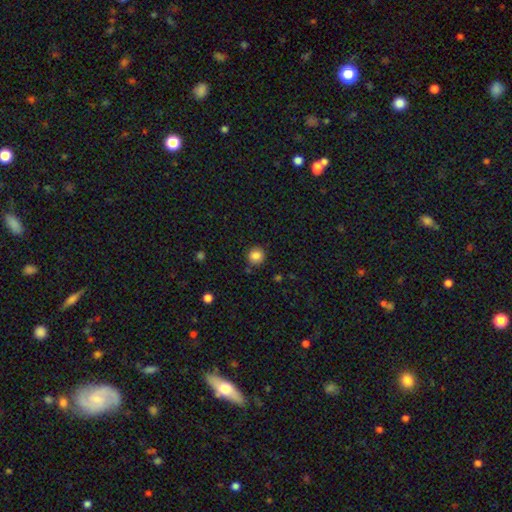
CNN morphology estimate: The model was most divided on "smooth or featured": smooth: 85%, star or artifact: 10%, featured or disk: 4%. More confident: how rounded — round (90%); merging — none (85%).